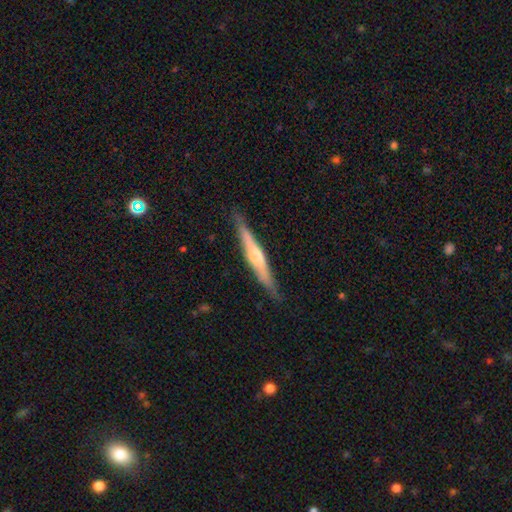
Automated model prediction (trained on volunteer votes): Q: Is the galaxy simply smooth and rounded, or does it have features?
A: featured or disk — 61%.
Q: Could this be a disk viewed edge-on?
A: yes — 95%.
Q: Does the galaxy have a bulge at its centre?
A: rounded — 82%.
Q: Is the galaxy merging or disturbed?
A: none — 86%.